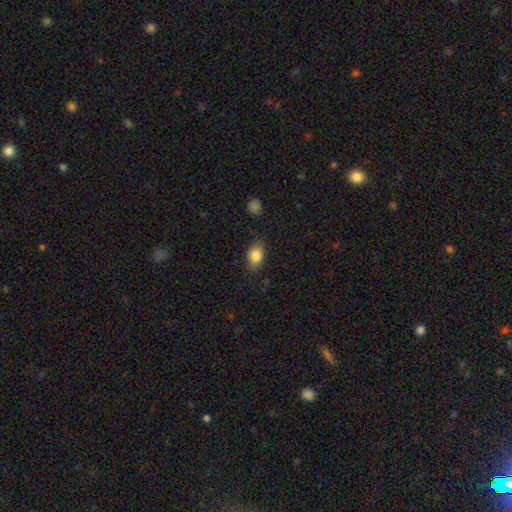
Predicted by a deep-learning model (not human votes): smooth_or_featured: smooth (p=0.84) [alt: star or artifact p=0.08]
how_rounded: in between (p=0.78) [alt: round p=0.21]
merging: none (p=0.80) [alt: minor disturbance p=0.15]